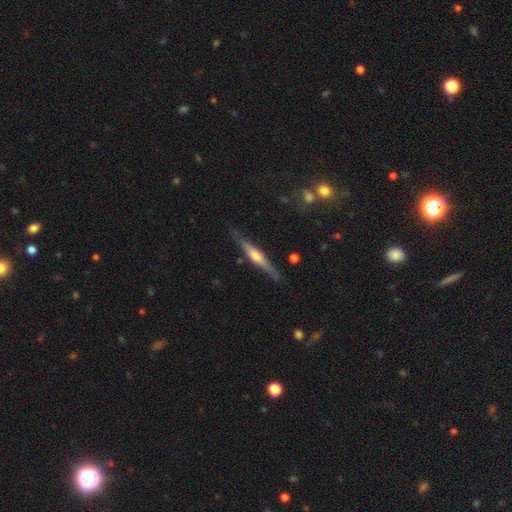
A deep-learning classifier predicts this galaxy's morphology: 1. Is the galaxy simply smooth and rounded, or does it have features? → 63% featured or disk, 32% smooth, 5% star or artifact.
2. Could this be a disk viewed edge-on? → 96% yes, 4% no.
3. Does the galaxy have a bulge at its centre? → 76% rounded, 14% boxy, 10% none.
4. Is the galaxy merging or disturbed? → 82% none, 13% minor disturbance, 3% major disturbance, 2% merger.